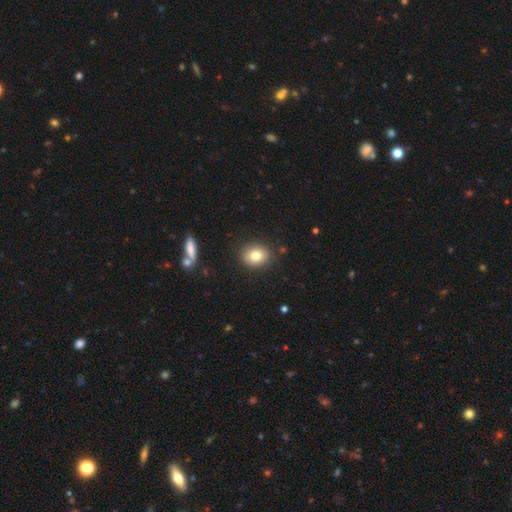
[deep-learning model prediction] Smooth or featured: smooth — 79% (featured or disk — 11%)
How rounded: round — 58% (in between — 41%)
Merging: none — 88% (minor disturbance — 8%)